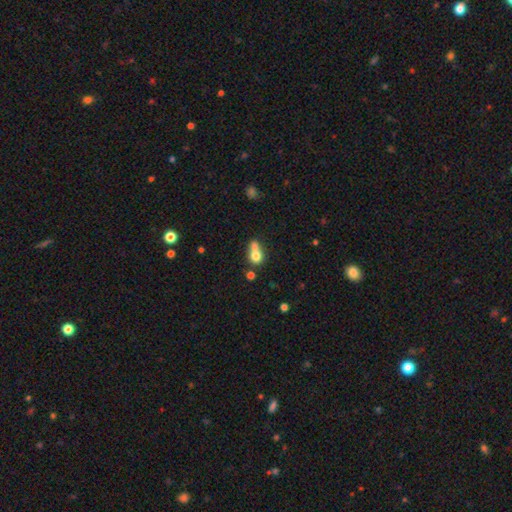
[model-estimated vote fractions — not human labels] This appears to be a smooth galaxy with no disk features (74%) that is round (68%). Merging: merger (57%).